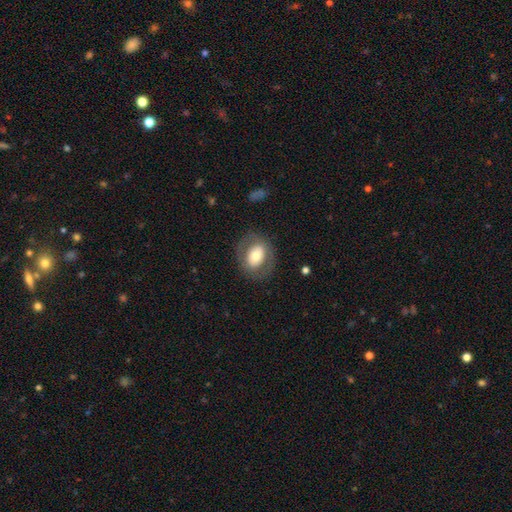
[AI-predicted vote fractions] A smooth galaxy with no disk features (58%) that is in between round and cigar-shaped (62%). Merging: none (78%).